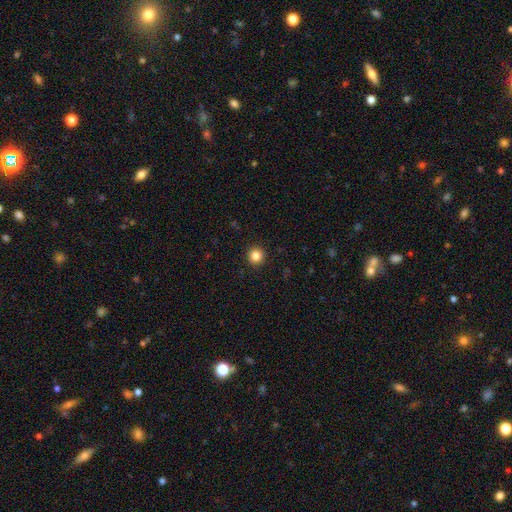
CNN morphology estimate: This is clearly a smooth galaxy (85%). How rounded: clearly round (95%). Merging: clearly none (93%).